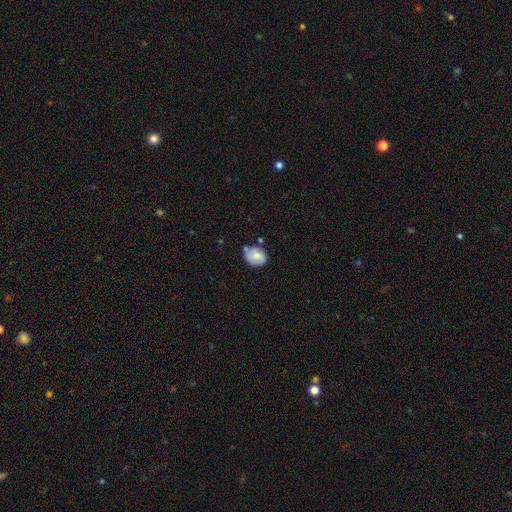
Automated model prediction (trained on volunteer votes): Q: Smooth or featured?
A: smooth (69%); runner-up: featured or disk (23%)
Q: How rounded?
A: in between (53%); runner-up: round (46%)
Q: Merging?
A: none (57%); runner-up: minor disturbance (27%)